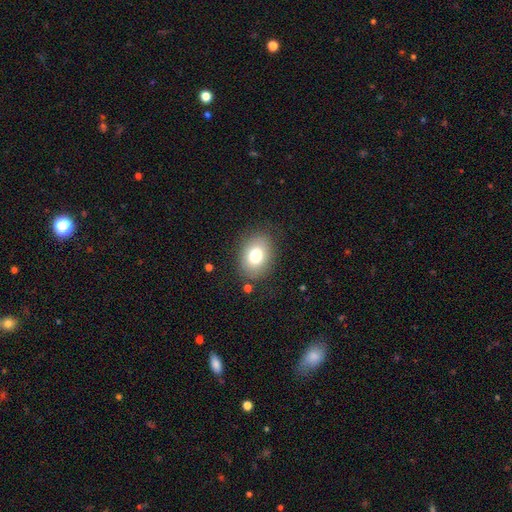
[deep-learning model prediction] A smooth galaxy with no disk features (77%) that is in between round and cigar-shaped (74%). Merging: none (82%).